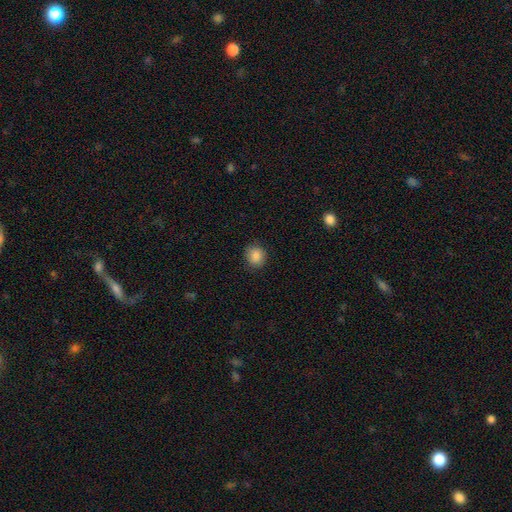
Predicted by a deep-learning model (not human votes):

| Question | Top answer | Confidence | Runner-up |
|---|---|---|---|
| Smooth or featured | smooth | 87% | star or artifact (9%) |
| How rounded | round | 82% | in between (17%) |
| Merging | none | 87% | minor disturbance (9%) |